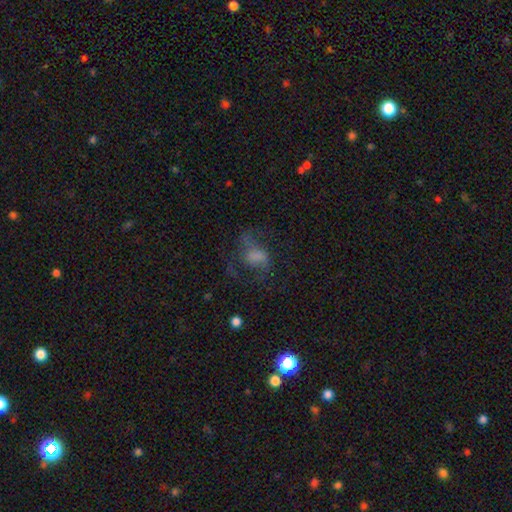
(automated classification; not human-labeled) smooth 40%, featured or disk 39%, star or artifact 20%. Down the decision tree: merging — none (41%).